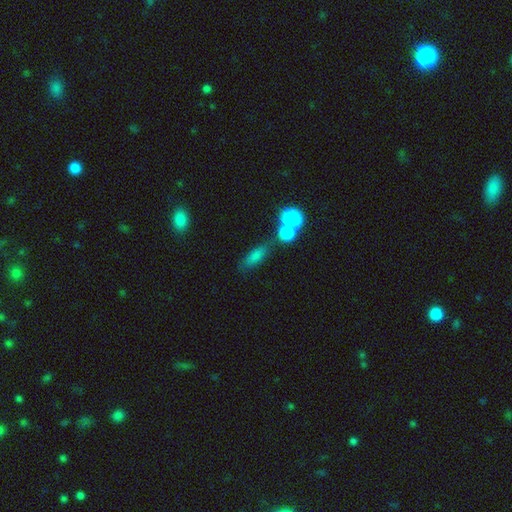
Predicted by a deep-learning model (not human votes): Q: Smooth or featured?
A: smooth (69%); runner-up: star or artifact (18%)
Q: How rounded?
A: in between (46%); runner-up: cigar-shaped (39%)
Q: Merging?
A: none (62%); runner-up: merger (17%)